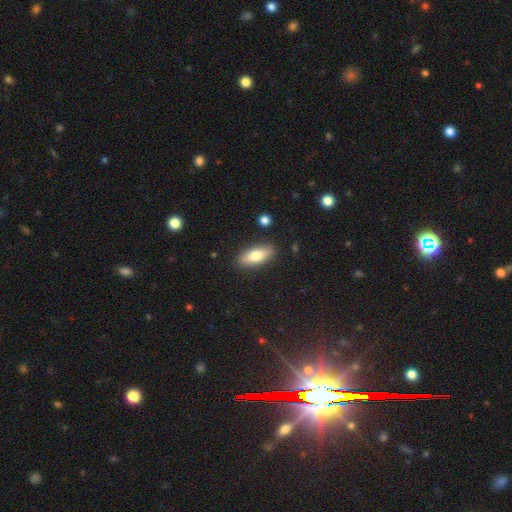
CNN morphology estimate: A smooth galaxy with no disk features (74%) that is in between round and cigar-shaped (73%). Merging: none (86%).